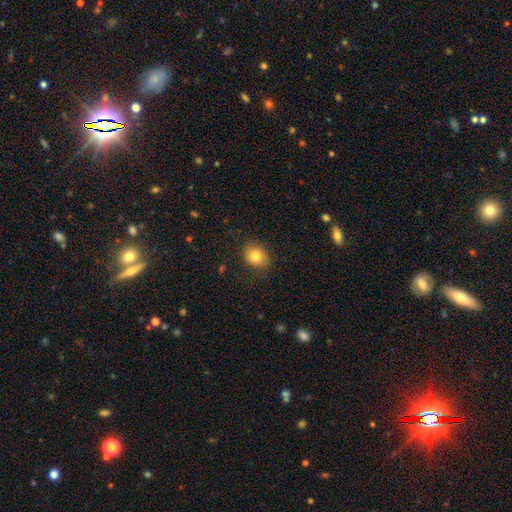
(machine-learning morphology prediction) A smooth galaxy with no disk features (81%) that is round (57%). Merging: none (81%).